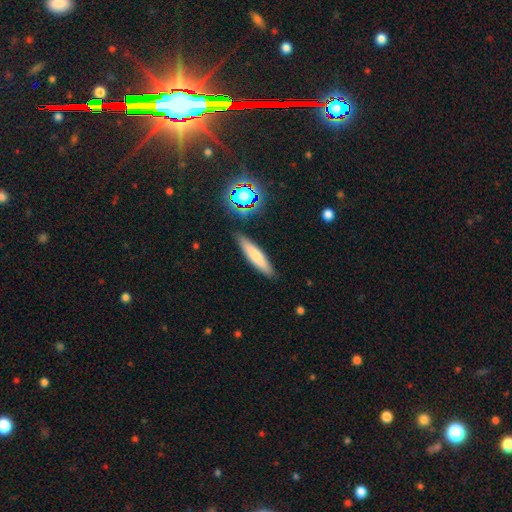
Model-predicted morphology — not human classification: This is likely a smooth galaxy (73%). How rounded: clearly cigar-shaped (83%). Merging: clearly none (87%).